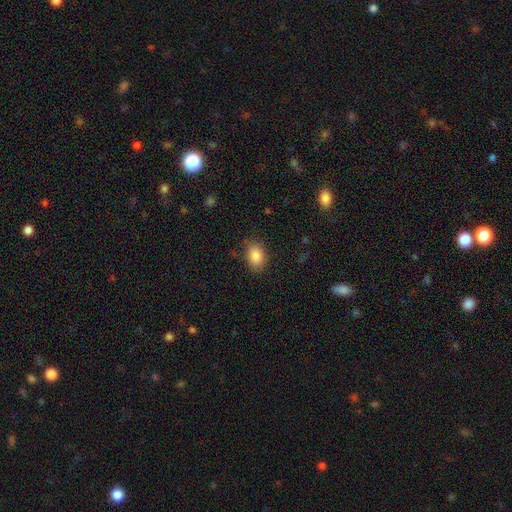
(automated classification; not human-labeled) This is clearly a smooth galaxy (86%). How rounded: clearly in between (82%). Merging: clearly none (84%).